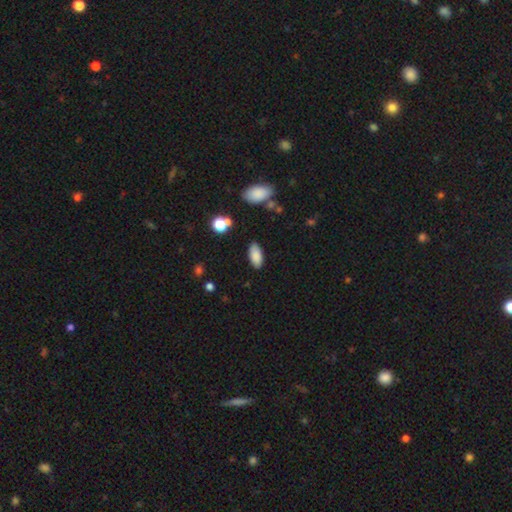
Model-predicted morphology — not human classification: The model was most divided on "merging": none: 85%, minor disturbance: 10%, major disturbance: 3%, merger: 2%. More confident: how rounded — in between (91%); smooth or featured — smooth (86%).